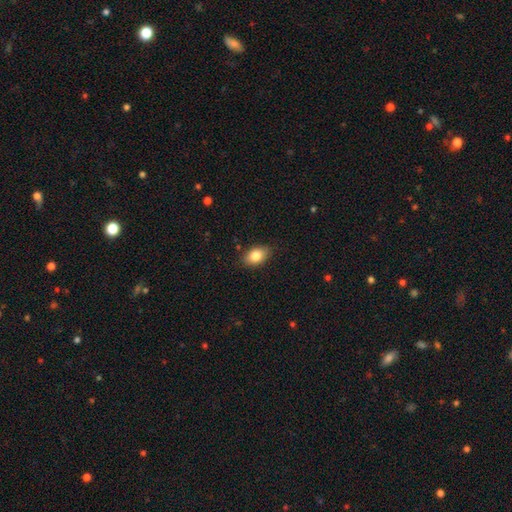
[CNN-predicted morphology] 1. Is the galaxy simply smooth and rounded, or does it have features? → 83% smooth, 9% featured or disk, 8% star or artifact.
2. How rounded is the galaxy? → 86% in between, 12% round, 2% cigar-shaped.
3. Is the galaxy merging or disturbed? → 85% none, 11% minor disturbance, 2% major disturbance, 1% merger.